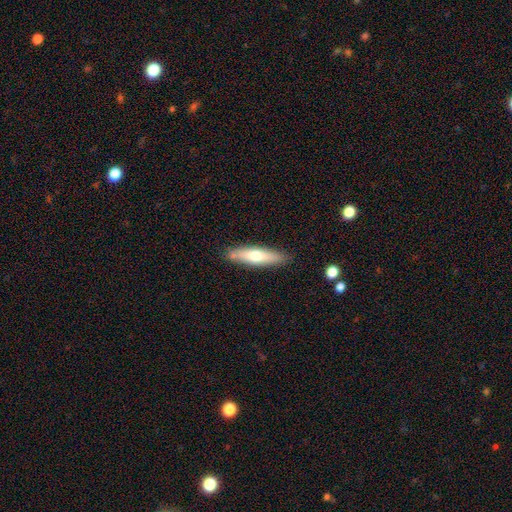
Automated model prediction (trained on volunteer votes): This appears to be a smooth galaxy with no disk features (59%) that is cigar-shaped (77%). Merging: none (82%).